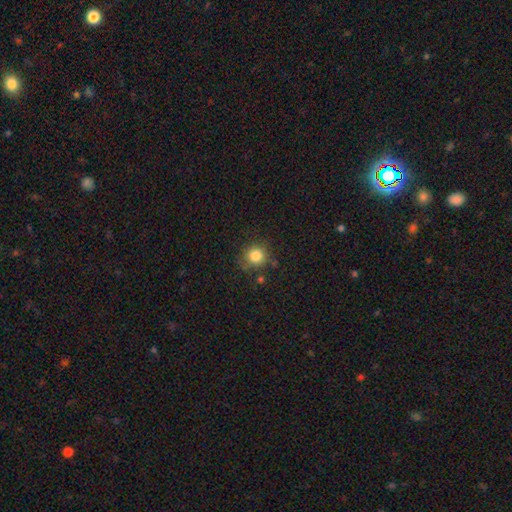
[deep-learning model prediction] A smooth galaxy with no disk features (83%) that is round (90%). Merging: none (81%).